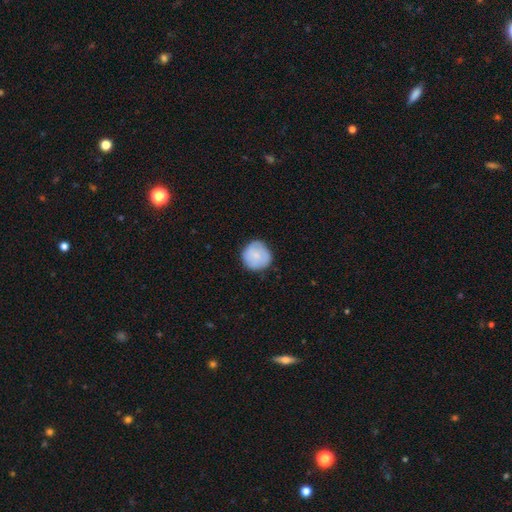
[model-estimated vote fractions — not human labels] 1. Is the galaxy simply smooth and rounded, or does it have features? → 75% smooth, 18% featured or disk, 6% star or artifact.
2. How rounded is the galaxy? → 93% round, 6% in between, 1% cigar-shaped.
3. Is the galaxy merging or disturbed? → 81% none, 15% minor disturbance, 3% major disturbance, 1% merger.